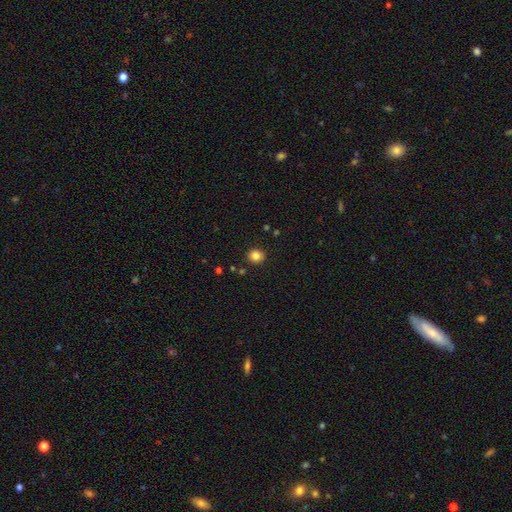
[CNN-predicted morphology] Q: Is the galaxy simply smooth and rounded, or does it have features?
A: smooth — 84%.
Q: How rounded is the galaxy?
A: round — 83%.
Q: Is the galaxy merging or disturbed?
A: none — 89%.